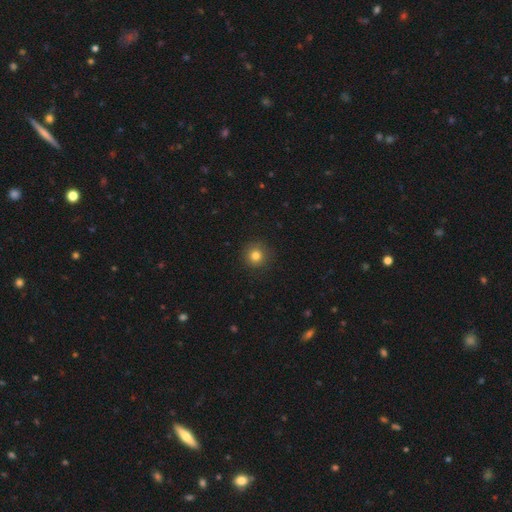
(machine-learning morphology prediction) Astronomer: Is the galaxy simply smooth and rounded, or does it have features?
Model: smooth — 81%.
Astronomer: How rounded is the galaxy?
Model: round — 95%.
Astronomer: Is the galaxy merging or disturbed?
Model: none — 91%.